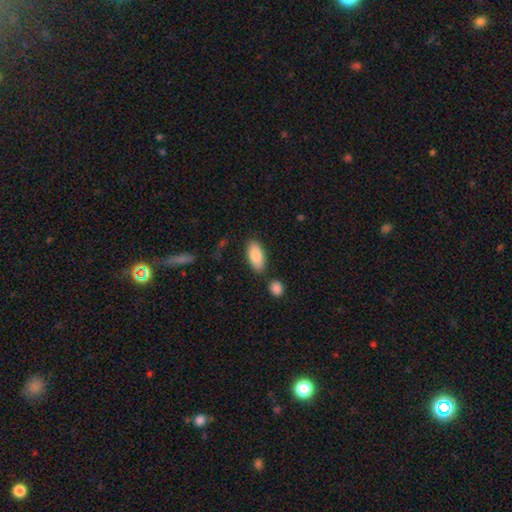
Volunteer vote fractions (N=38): This is clearly a smooth galaxy (92%). How rounded: likely in between (60%). Merging: clearly none (83%).